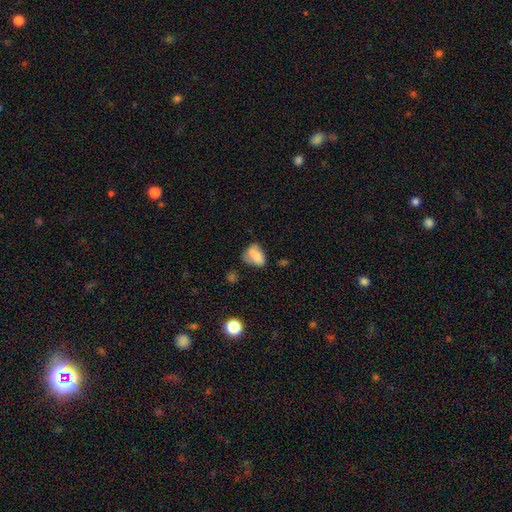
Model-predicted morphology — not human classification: Q: Smooth or featured?
A: smooth (70%); runner-up: featured or disk (20%)
Q: How rounded?
A: in between (77%); runner-up: round (21%)
Q: Merging?
A: none (36%); runner-up: minor disturbance (27%)